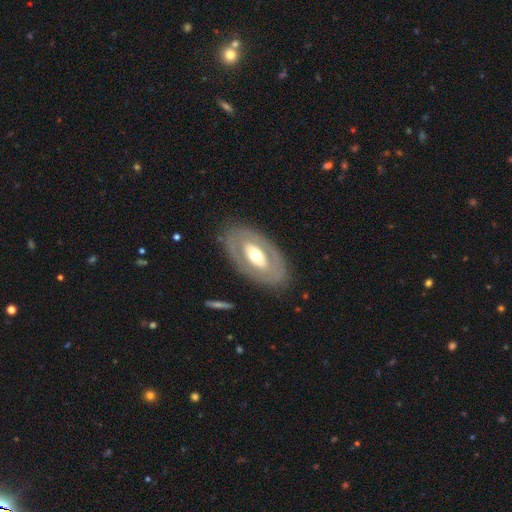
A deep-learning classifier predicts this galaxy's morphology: Smooth or featured? featured or disk (60%)
Edge-on disk? no (88%)
Bar? no (73%)
Spiral arms? no (88%)
Bulge size? moderate (64%)
Merging? none (82%)